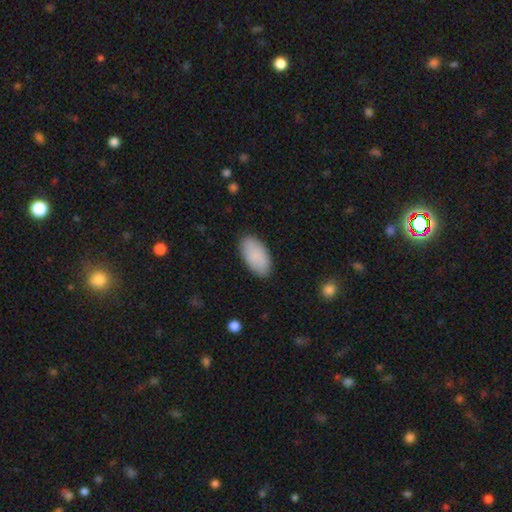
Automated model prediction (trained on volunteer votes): Morphology: type=smooth (89%); roundness=in between (95%); merging=none (88%).